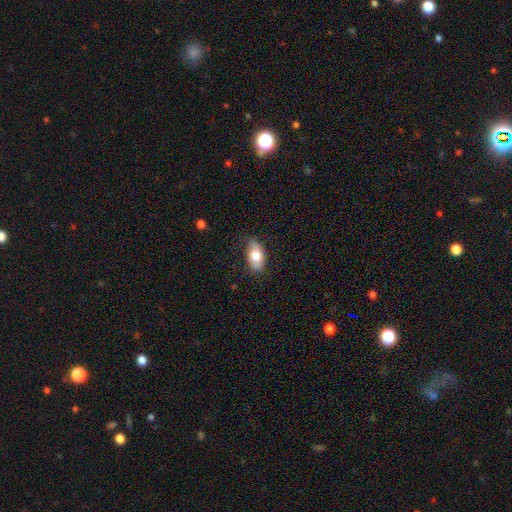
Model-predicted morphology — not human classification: smooth-or-featured: smooth: 75% | featured or disk: 19% | star or artifact: 7%
  how-rounded: in between: 91% | round: 5% | cigar-shaped: 4%
  merging: none: 78% | minor disturbance: 18% | major disturbance: 4% | merger: 1%